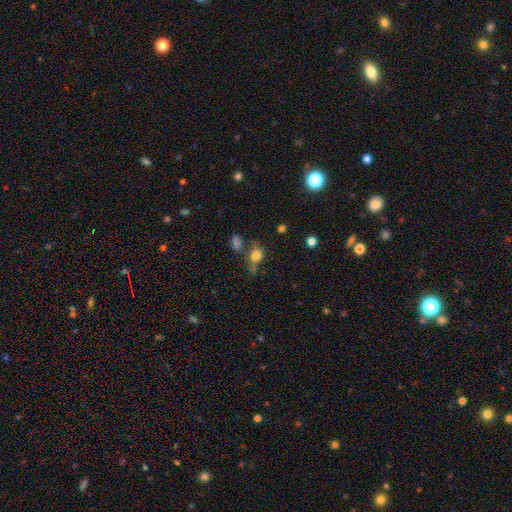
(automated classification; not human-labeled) A smooth galaxy with no disk features (73%) that is round (49%). Merging: none (43%).